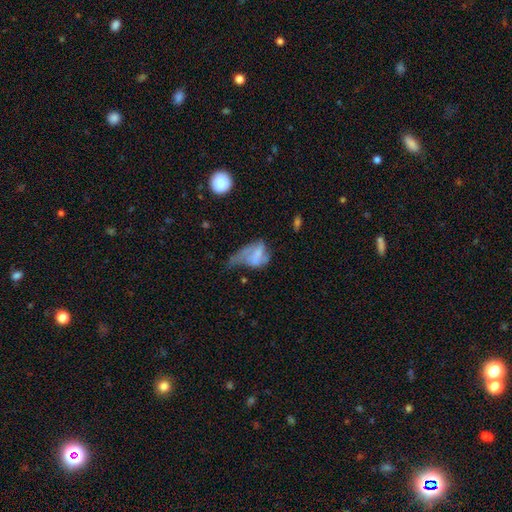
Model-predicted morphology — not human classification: A smooth galaxy with no disk features (48%).

Vote fractions:
- Smooth or featured? smooth: 48% / featured or disk: 41% / star or artifact: 11%
- Merging? major disturbance: 50% / minor disturbance: 19% / merger: 16% / none: 15%